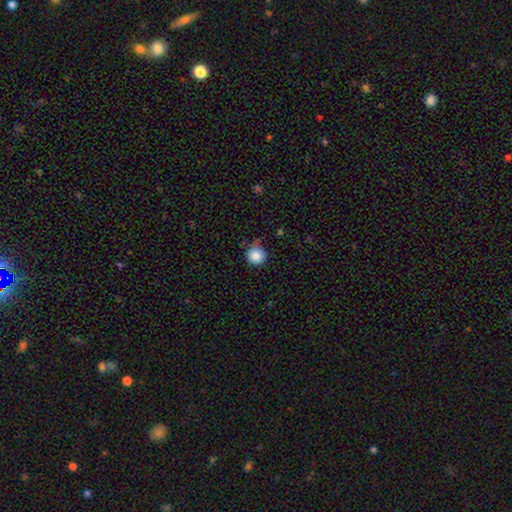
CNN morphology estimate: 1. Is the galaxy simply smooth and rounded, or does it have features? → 86% smooth, 9% star or artifact, 5% featured or disk.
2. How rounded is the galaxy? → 95% round, 4% in between, 1% cigar-shaped.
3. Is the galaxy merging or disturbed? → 69% none, 23% minor disturbance, 6% major disturbance, 3% merger.